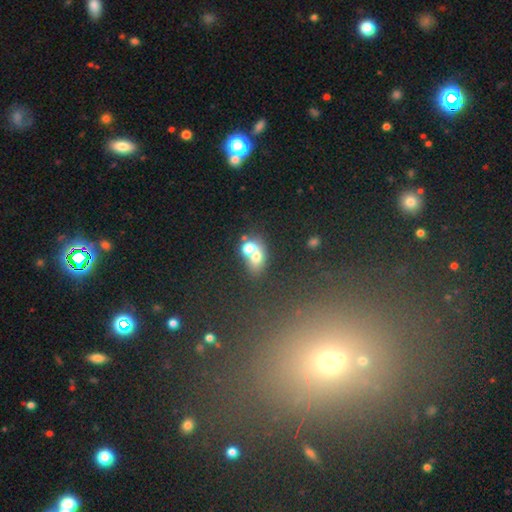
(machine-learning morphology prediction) smooth 64%, featured or disk 20%, star or artifact 17%. Down the decision tree: how rounded — round (51%); merging — merger (59%).